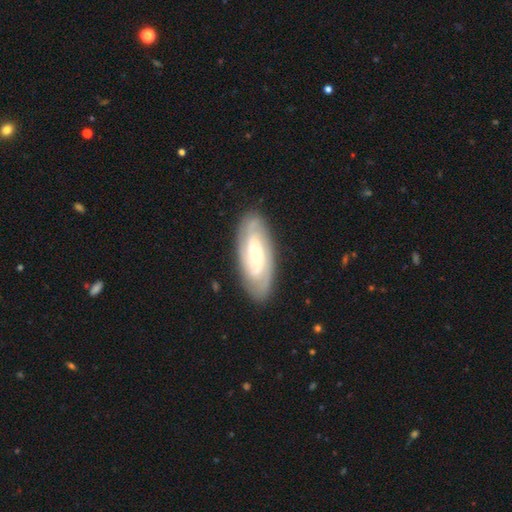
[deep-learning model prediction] Overall: featured or disk (78%). Edge-on disk: no (92%). Bar: weak (44%; no 35%). Spiral arms: yes (95%). Spiral arm count: 2 (46%; can't tell 25%). Spiral winding: tight (59%; medium 33%). Bulge size: small (50%; moderate 37%). Merging: none (84%).